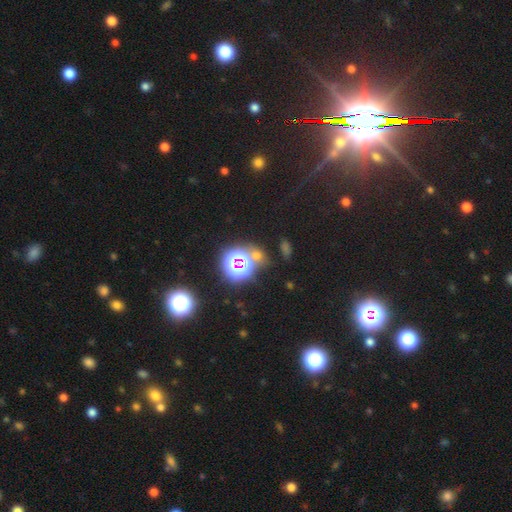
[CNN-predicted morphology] This is possibly a star or artifact rather than a galaxy (57%).